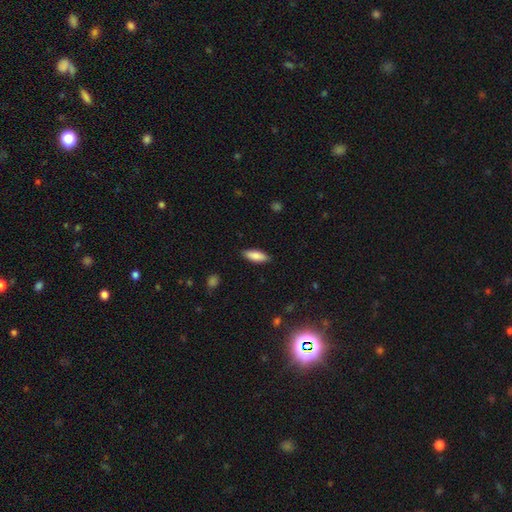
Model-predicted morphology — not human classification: smooth 85%, featured or disk 9%, star or artifact 6%. Down the decision tree: how rounded — in between (69%); merging — none (88%).